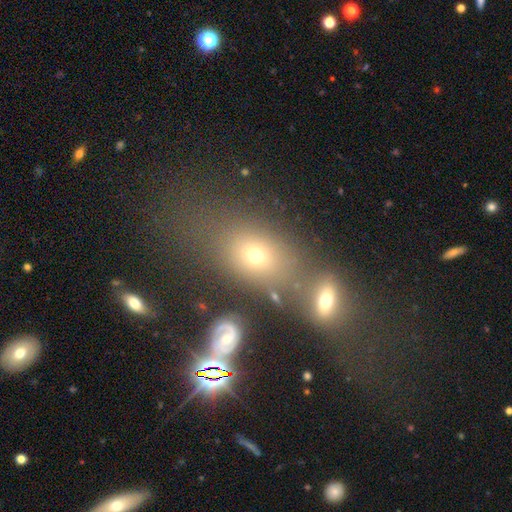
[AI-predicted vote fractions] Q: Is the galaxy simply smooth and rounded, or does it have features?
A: smooth — 59%.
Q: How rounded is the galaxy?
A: in between — 72%.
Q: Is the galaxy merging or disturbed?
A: none — 42%.